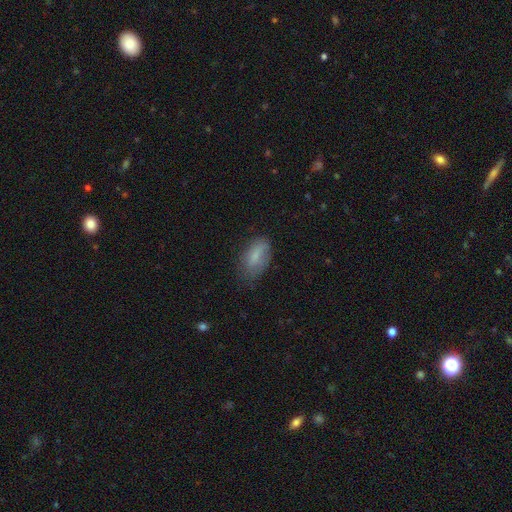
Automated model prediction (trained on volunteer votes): The model was most divided on "merging": none: 63%, minor disturbance: 28%, major disturbance: 8%, merger: 1%. More confident: how rounded — in between (89%); smooth or featured — smooth (77%).